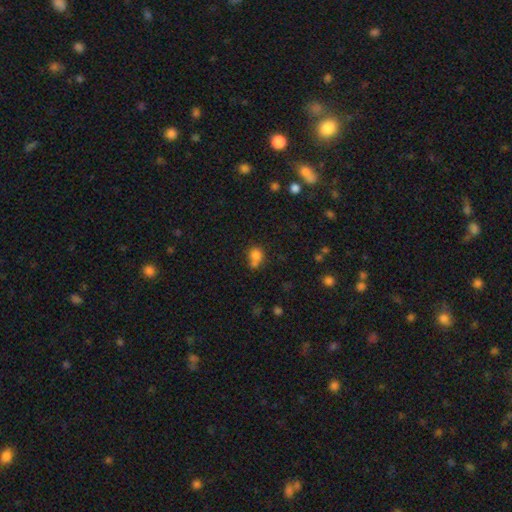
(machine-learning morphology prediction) Overall: smooth (78%). How rounded: round (68%; in between 30%). Merging: merger (41%; none 38%).